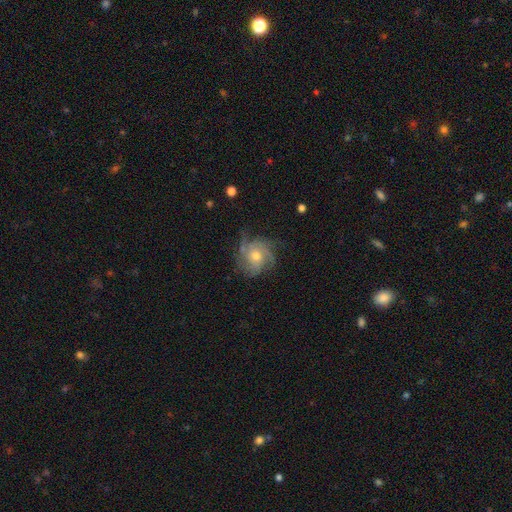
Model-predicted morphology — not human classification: Q: Smooth or featured?
A: featured or disk (81%); runner-up: smooth (12%)
Q: Edge-on disk?
A: no (97%); runner-up: yes (3%)
Q: Bar?
A: no (80%); runner-up: weak (17%)
Q: Spiral arms?
A: yes (95%); runner-up: no (5%)
Q: Spiral winding?
A: tight (48%); runner-up: medium (39%)
Q: Spiral arm count?
A: 3 (36%); runner-up: 4 (23%)
Q: Bulge size?
A: moderate (64%); runner-up: small (30%)
Q: Merging?
A: none (67%); runner-up: minor disturbance (21%)